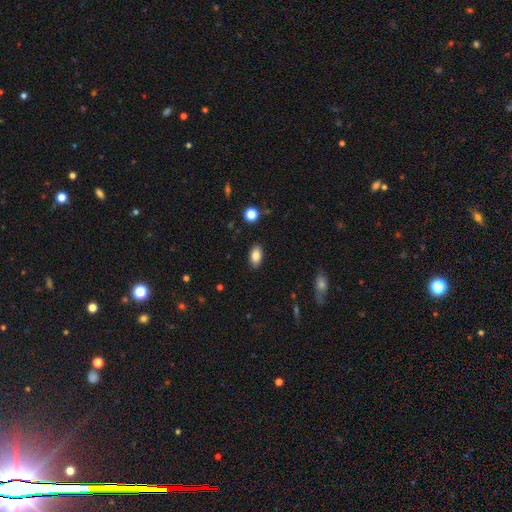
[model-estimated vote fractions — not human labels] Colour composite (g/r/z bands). It shows a smooth galaxy with no disk features (86%) that is in between round and cigar-shaped (91%). Merging: none (88%).